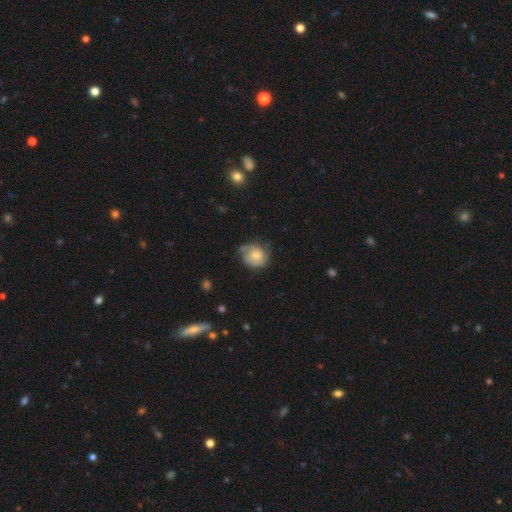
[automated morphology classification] Smooth or featured? smooth (53%)
How rounded? round (68%)
Merging? none (51%)